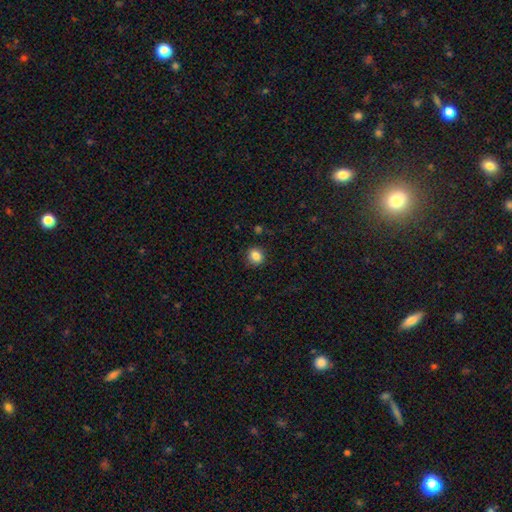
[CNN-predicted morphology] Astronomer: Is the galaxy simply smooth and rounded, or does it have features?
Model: smooth — 85%.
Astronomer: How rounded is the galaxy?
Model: round — 78%.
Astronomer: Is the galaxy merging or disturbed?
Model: none — 86%.